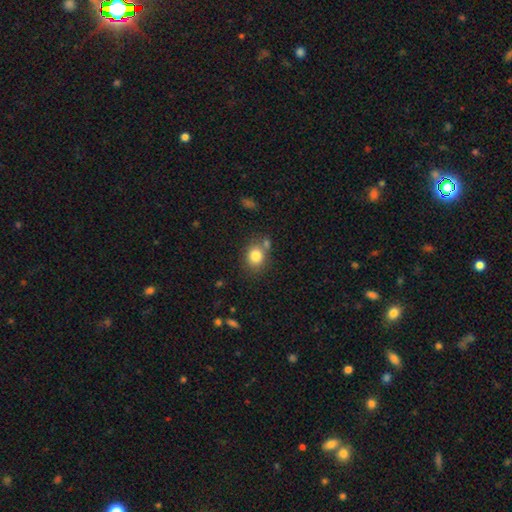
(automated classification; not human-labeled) smooth-or-featured: smooth: 82% | star or artifact: 10% | featured or disk: 8%
  how-rounded: round: 61% | in between: 38% | cigar-shaped: 1%
  merging: none: 66% | merger: 16% | minor disturbance: 14% | major disturbance: 4%